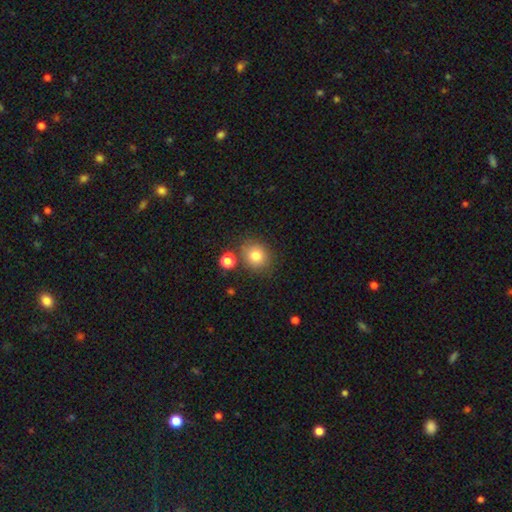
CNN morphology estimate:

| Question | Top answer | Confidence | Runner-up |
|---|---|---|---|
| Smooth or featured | smooth | 80% | star or artifact (12%) |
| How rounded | round | 75% | in between (24%) |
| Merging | none | 78% | minor disturbance (11%) |